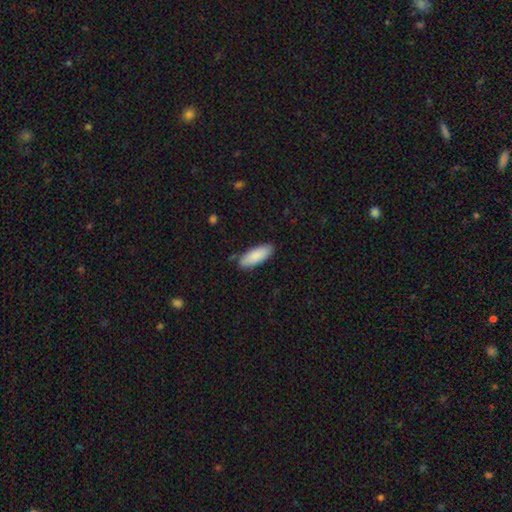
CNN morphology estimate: A smooth galaxy with no disk features (87%) that is in between round and cigar-shaped (73%). Merging: none (82%).